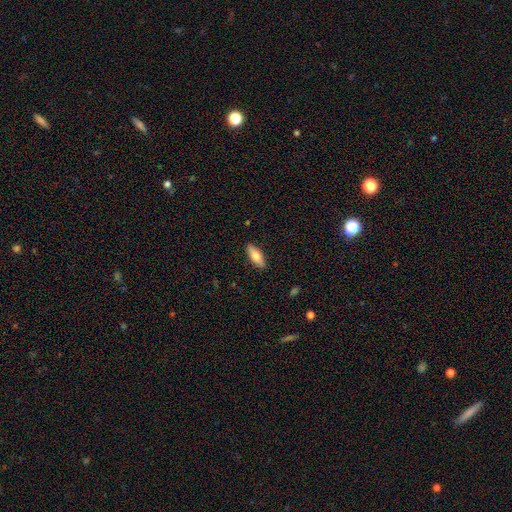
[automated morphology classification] smooth 73%, featured or disk 21%, star or artifact 6%. Down the decision tree: how rounded — in between (62%); merging — none (88%).